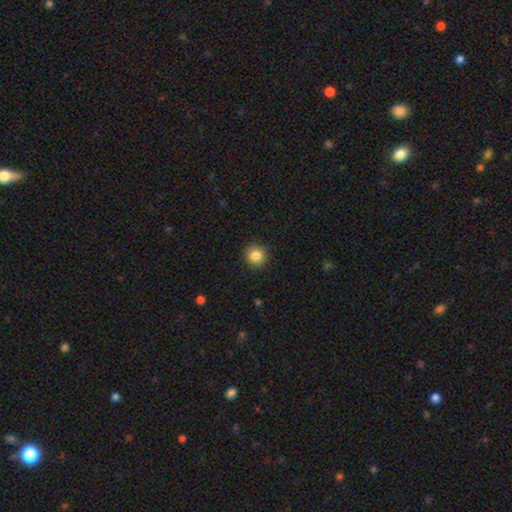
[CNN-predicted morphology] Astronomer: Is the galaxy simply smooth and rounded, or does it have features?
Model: smooth — 85%.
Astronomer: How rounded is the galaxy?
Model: round — 93%.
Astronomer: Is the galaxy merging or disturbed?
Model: none — 90%.